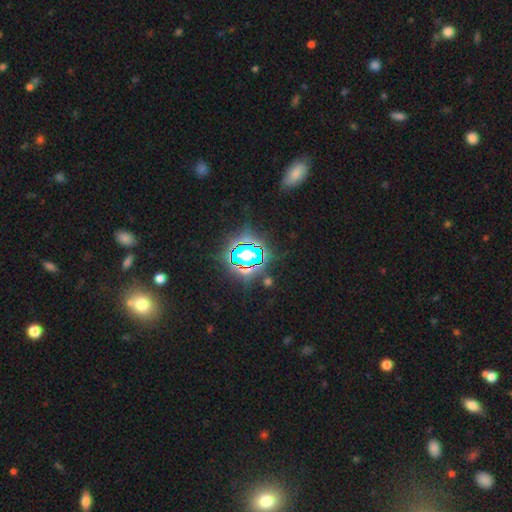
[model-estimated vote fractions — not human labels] Smooth or featured: star or artifact — 79% (smooth — 12%)